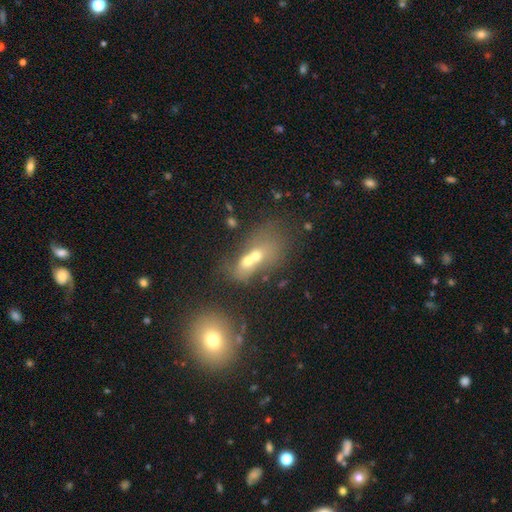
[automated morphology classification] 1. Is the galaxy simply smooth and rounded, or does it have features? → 54% smooth, 32% featured or disk, 13% star or artifact.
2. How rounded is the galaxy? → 61% in between, 33% round, 5% cigar-shaped.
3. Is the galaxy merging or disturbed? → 75% merger, 13% none, 7% major disturbance, 6% minor disturbance.